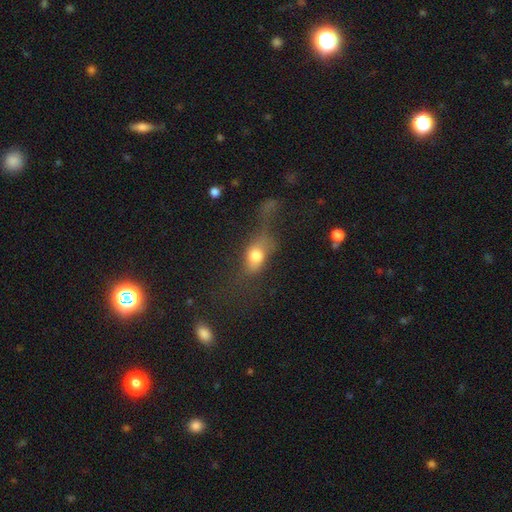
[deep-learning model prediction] A smooth galaxy with no disk features (70%) that is in between round and cigar-shaped (73%).

Vote fractions:
- Smooth or featured? smooth: 70% / featured or disk: 19% / star or artifact: 11%
- How rounded? in between: 73% / round: 18% / cigar-shaped: 8%
- Merging? major disturbance: 45% / none: 26% / minor disturbance: 19% / merger: 11%